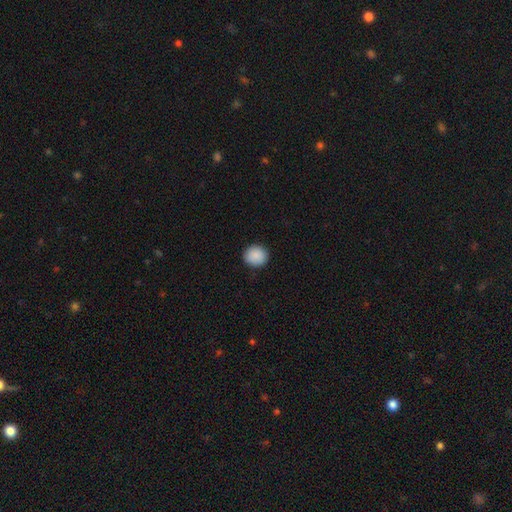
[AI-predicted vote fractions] Smooth or featured?
  - smooth: 89% *
  - star or artifact: 8%
  - featured or disk: 3%
How rounded?
  - round: 86% *
  - in between: 13%
  - cigar-shaped: 1%
Merging?
  - none: 90% *
  - minor disturbance: 7%
  - major disturbance: 2%
  - merger: 1%